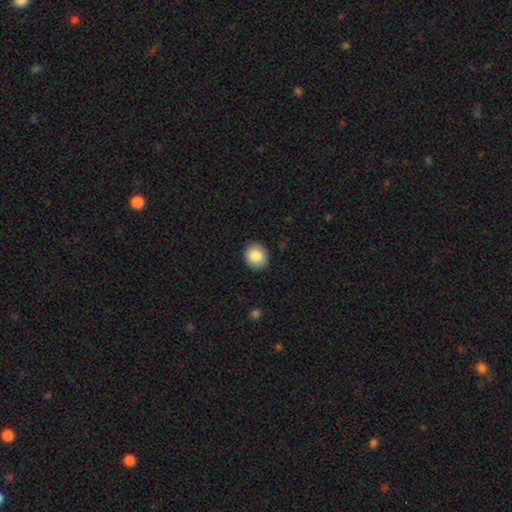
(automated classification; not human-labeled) Smooth or featured? Predicted: smooth (p=0.86). How rounded? Predicted: round (p=0.70). Merging? Predicted: none (p=0.89).